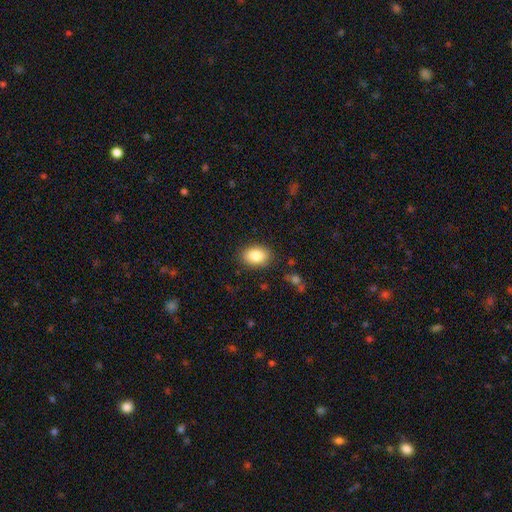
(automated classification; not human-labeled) This is clearly a smooth galaxy (85%). How rounded: clearly in between (82%). Merging: clearly none (86%).